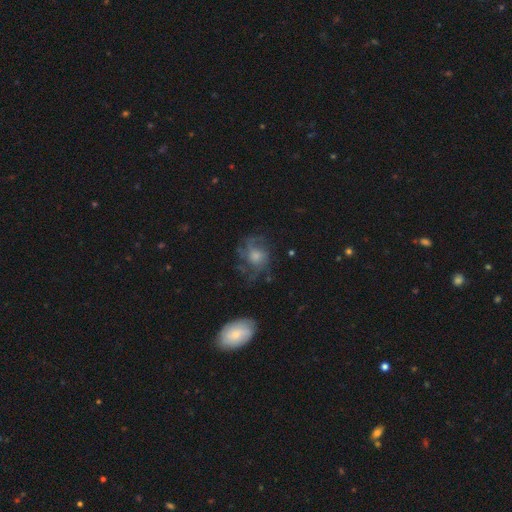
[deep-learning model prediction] Overall: featured or disk (55%; smooth 34%). Edge-on disk: no (96%). Bar: no (76%). Spiral arms: yes (71%). Bulge size: moderate (45%; small 21%). Merging: none (54%; major disturbance 23%).